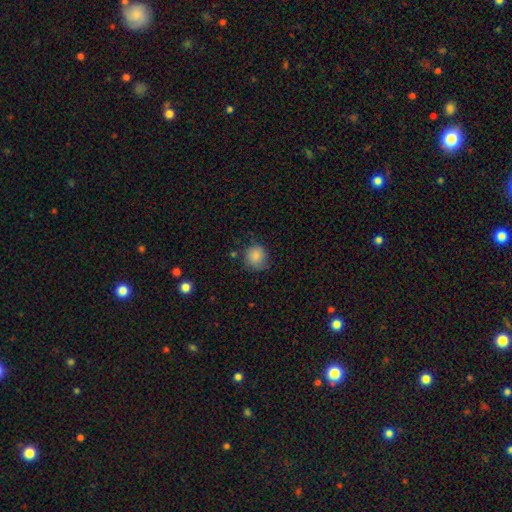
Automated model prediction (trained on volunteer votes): Smooth or featured? smooth (84%)
How rounded? round (90%)
Merging? none (74%)